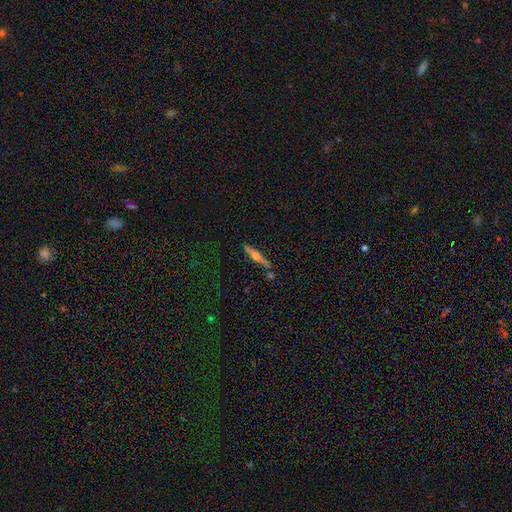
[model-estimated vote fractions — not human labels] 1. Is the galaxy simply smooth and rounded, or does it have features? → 66% featured or disk, 26% smooth, 7% star or artifact.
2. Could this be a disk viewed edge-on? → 97% yes, 3% no.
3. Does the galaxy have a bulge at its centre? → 90% rounded, 5% boxy, 5% none.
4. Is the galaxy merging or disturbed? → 80% none, 11% minor disturbance, 6% merger, 3% major disturbance.